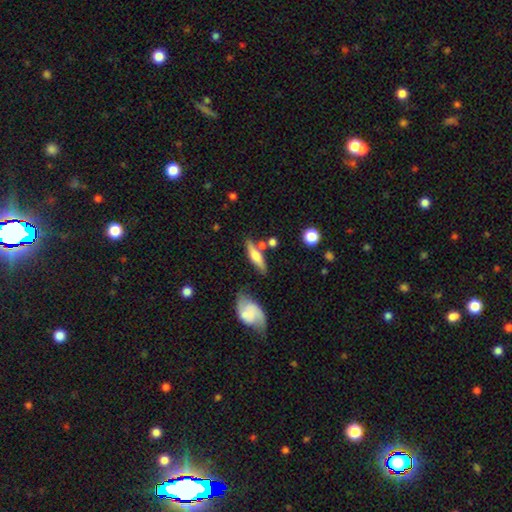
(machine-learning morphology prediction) Smooth or featured? Predicted: featured or disk (p=0.49). Merging? Predicted: none (p=0.67).